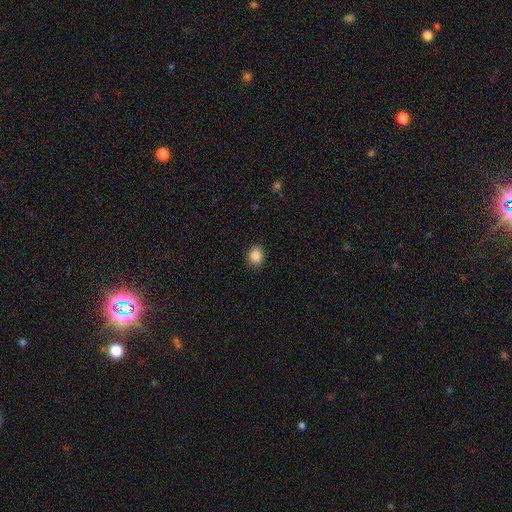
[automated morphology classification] type=smooth (88%); roundness=round (69%); merging=none (88%).